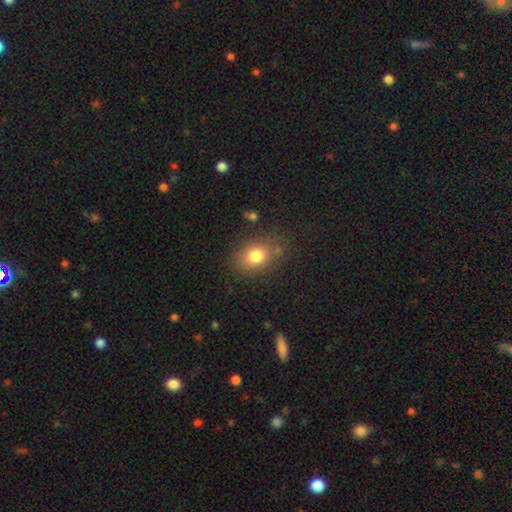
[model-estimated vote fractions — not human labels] Smooth or featured? Predicted: smooth (p=0.79). How rounded? Predicted: in between (p=0.62). Merging? Predicted: none (p=0.76).